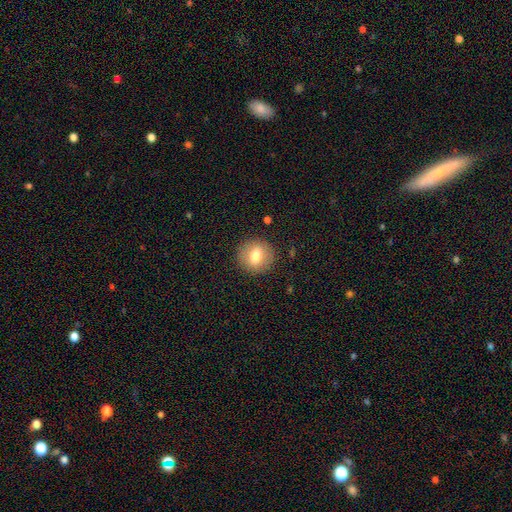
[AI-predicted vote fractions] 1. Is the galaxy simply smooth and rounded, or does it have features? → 71% smooth, 20% featured or disk, 9% star or artifact.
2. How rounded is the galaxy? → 87% round, 12% in between, 1% cigar-shaped.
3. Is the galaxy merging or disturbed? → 89% none, 7% minor disturbance, 3% major disturbance, 1% merger.